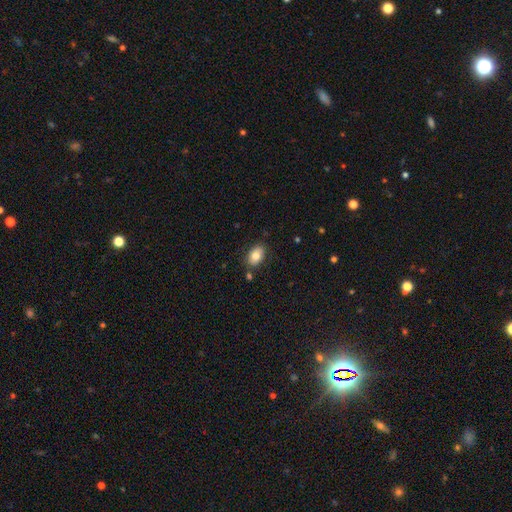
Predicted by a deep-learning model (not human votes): Smooth or featured?
  - smooth: 81% *
  - featured or disk: 11%
  - star or artifact: 8%
How rounded?
  - in between: 88% *
  - round: 10%
  - cigar-shaped: 1%
Merging?
  - none: 81% *
  - minor disturbance: 12%
  - merger: 4%
  - major disturbance: 3%